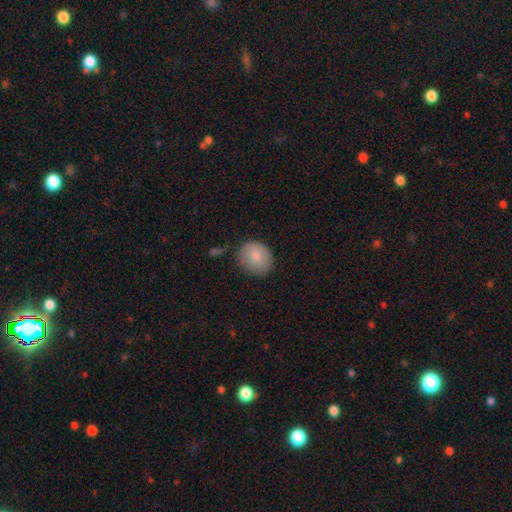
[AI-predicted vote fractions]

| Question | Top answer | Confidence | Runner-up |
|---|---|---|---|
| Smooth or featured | smooth | 84% | featured or disk (9%) |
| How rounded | round | 70% | in between (29%) |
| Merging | none | 75% | minor disturbance (18%) |